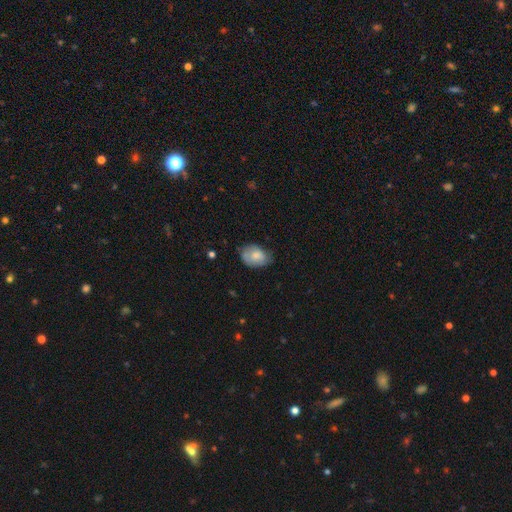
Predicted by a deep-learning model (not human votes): A smooth galaxy with no disk features (75%) that is in between round and cigar-shaped (78%).

Vote fractions:
- Smooth or featured? smooth: 75% / featured or disk: 18% / star or artifact: 7%
- How rounded? in between: 78% / round: 21% / cigar-shaped: 1%
- Merging? none: 59% / minor disturbance: 32% / major disturbance: 8% / merger: 2%